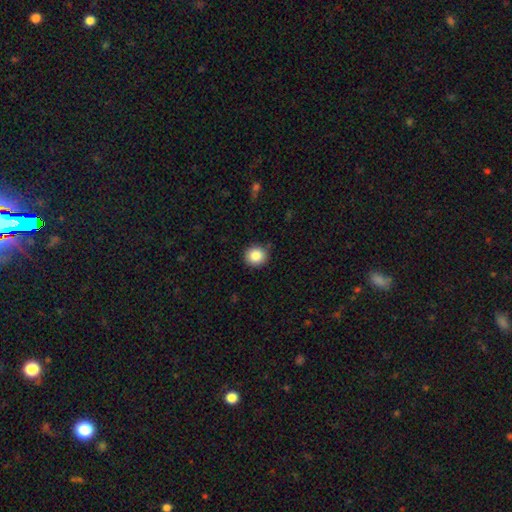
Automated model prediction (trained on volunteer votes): Q: Smooth or featured?
A: smooth (86%); runner-up: star or artifact (9%)
Q: How rounded?
A: round (89%); runner-up: in between (10%)
Q: Merging?
A: none (88%); runner-up: minor disturbance (9%)